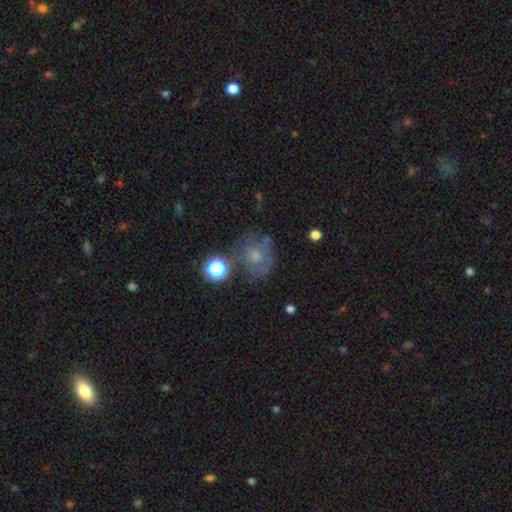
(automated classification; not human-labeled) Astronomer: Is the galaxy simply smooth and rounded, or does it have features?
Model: smooth — 42% (runner-up: featured or disk, 41%).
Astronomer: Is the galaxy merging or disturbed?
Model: none — 50%.